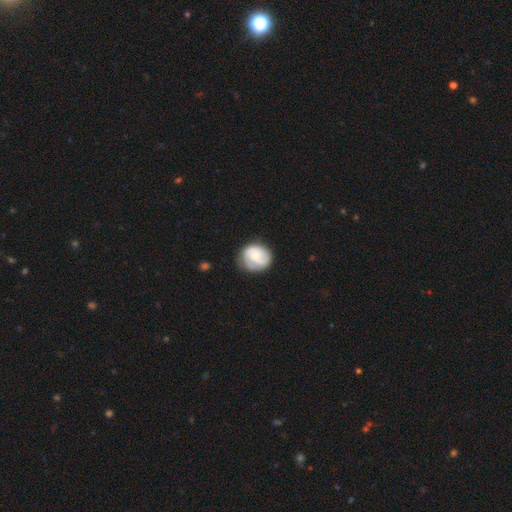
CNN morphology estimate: The model was most divided on "smooth or featured": featured or disk: 48%, smooth: 46%, star or artifact: 6%. More confident: merging — none (67%).